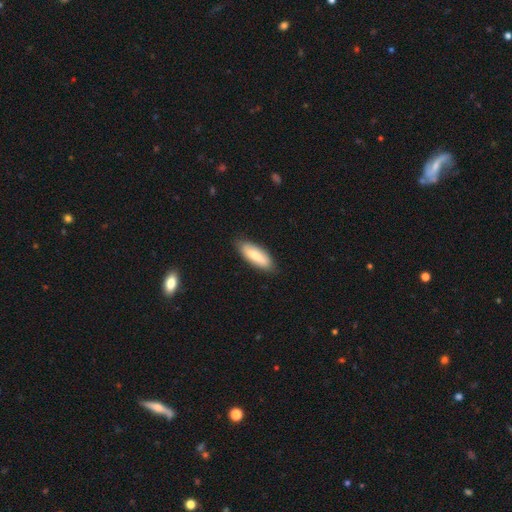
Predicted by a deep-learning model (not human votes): Overall: smooth (70%). How rounded: in between (62%; cigar-shaped 36%). Merging: none (82%).